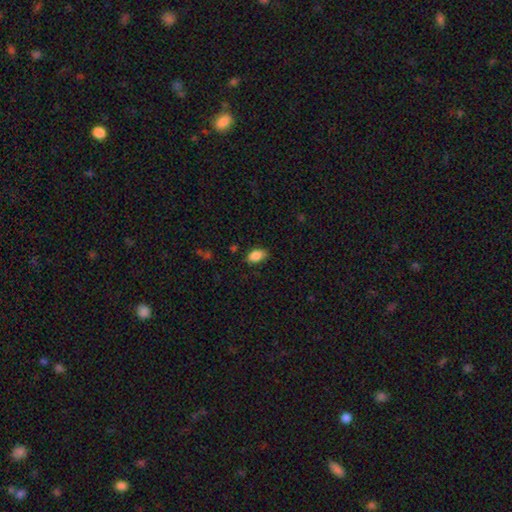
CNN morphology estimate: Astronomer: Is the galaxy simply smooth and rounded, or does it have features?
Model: smooth — 87%.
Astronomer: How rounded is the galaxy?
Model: in between — 91%.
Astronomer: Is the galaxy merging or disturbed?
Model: none — 79%.